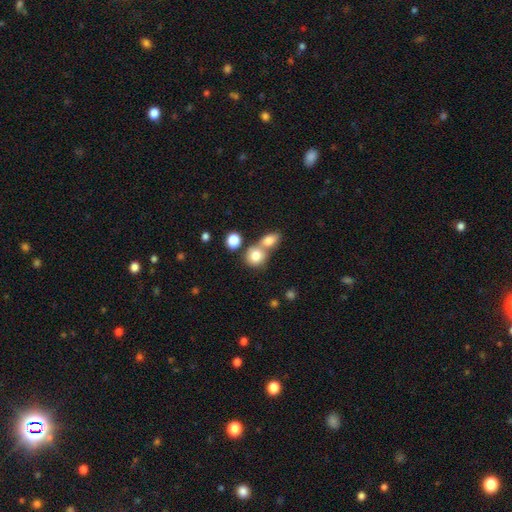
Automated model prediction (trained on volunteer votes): Smooth or featured? smooth (79%)
How rounded? round (74%)
Merging? merger (50%)